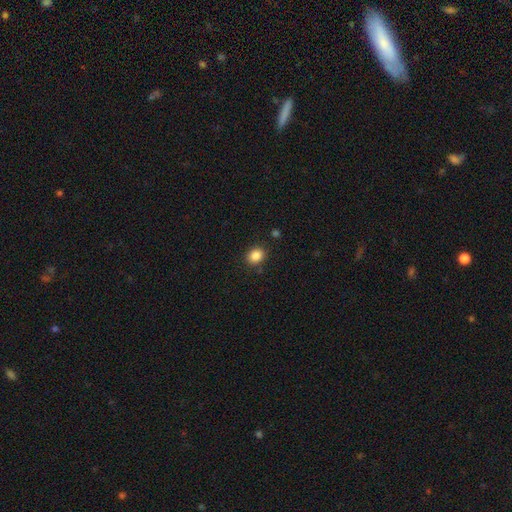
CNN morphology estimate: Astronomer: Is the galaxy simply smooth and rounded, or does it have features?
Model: smooth — 86%.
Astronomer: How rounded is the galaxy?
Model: round — 60% (runner-up: in between, 39%).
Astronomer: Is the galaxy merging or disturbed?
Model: none — 86%.